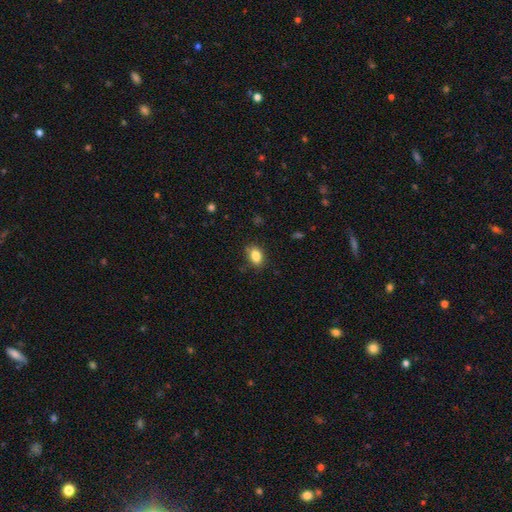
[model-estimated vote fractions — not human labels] The model was most divided on "how rounded": in between: 82%, round: 16%, cigar-shaped: 2%. More confident: smooth or featured — smooth (85%); merging — none (83%).